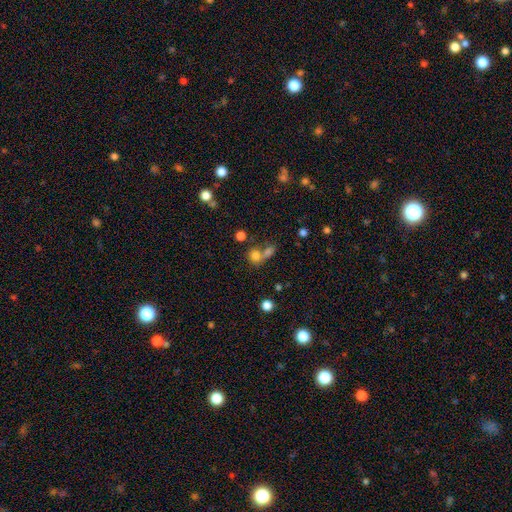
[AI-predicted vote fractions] Smooth or featured?
  - smooth: 76% *
  - star or artifact: 14%
  - featured or disk: 10%
How rounded?
  - round: 81% *
  - in between: 18%
  - cigar-shaped: 1%
Merging?
  - merger: 46% *
  - none: 42%
  - minor disturbance: 7%
  - major disturbance: 4%